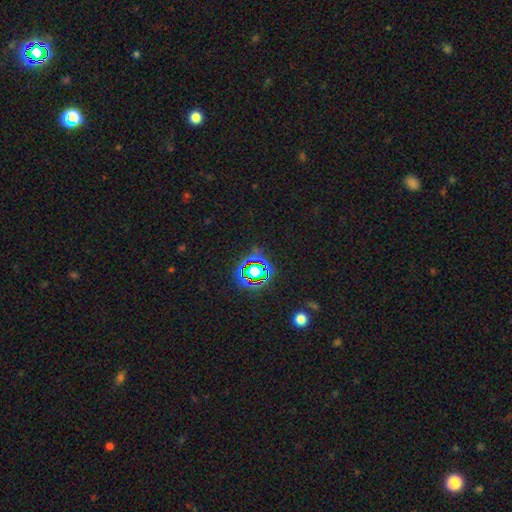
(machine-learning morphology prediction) A star or artifact, not a galaxy (76%).